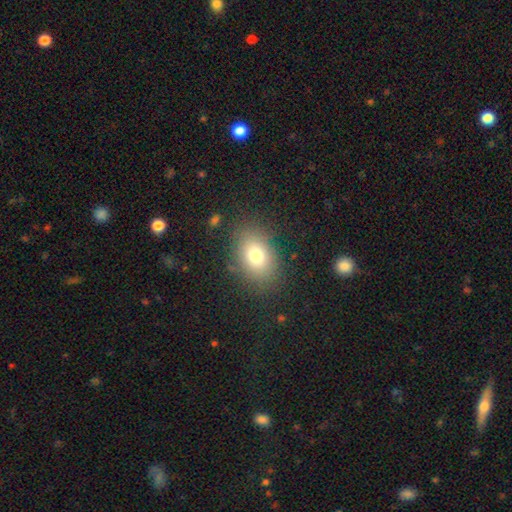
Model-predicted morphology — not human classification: smooth 77%, featured or disk 12%, star or artifact 11%. Down the decision tree: how rounded — in between (77%); merging — none (82%).